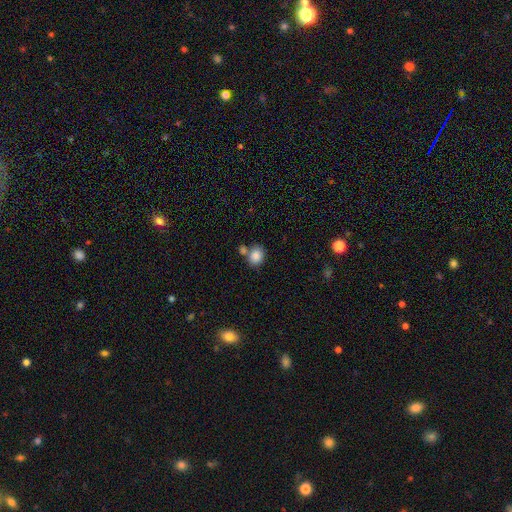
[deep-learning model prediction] Overall: smooth (85%). How rounded: round (55%; in between 44%). Merging: none (56%; merger 28%).